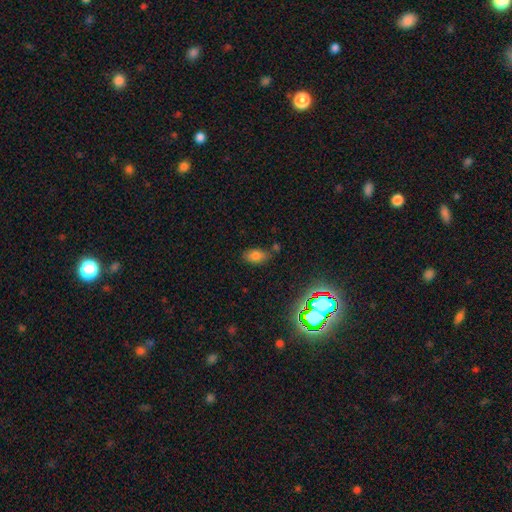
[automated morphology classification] A smooth galaxy with no disk features (76%) that is in between round and cigar-shaped (90%).

Vote fractions:
- Smooth or featured? smooth: 76% / star or artifact: 15% / featured or disk: 9%
- How rounded? in between: 90% / round: 7% / cigar-shaped: 3%
- Merging? none: 70% / minor disturbance: 18% / merger: 8% / major disturbance: 5%